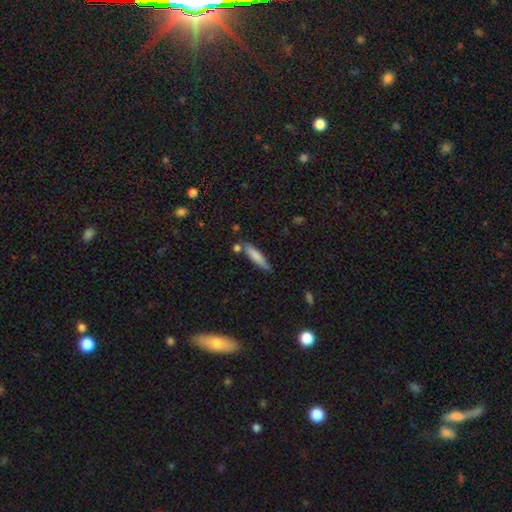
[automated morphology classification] smooth-or-featured: smooth: 78% | featured or disk: 16% | star or artifact: 6%
  how-rounded: cigar-shaped: 84% | in between: 14% | round: 2%
  merging: none: 74% | minor disturbance: 15% | merger: 8% | major disturbance: 3%